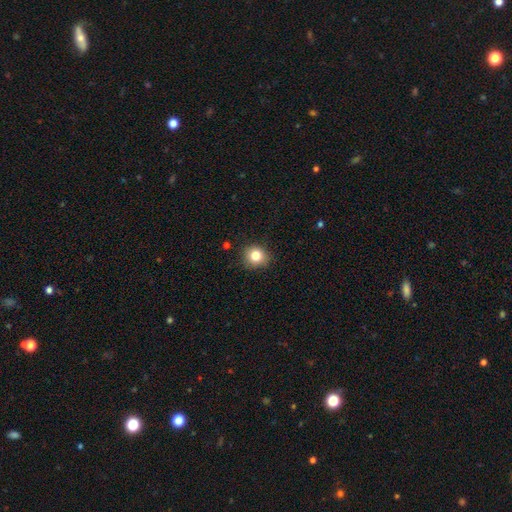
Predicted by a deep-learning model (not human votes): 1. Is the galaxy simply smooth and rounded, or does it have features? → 82% smooth, 11% star or artifact, 7% featured or disk.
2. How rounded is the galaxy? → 84% round, 15% in between, 1% cigar-shaped.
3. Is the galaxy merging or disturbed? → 87% none, 10% minor disturbance, 2% major disturbance, 1% merger.